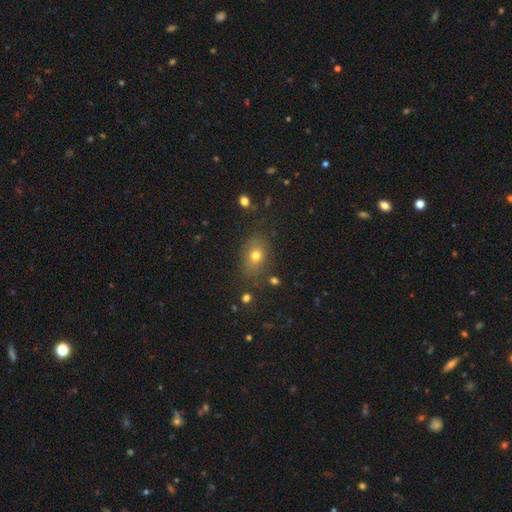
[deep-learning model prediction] A smooth galaxy with no disk features (72%) that is in between round and cigar-shaped (69%).

Vote fractions:
- Smooth or featured? smooth: 72% / star or artifact: 14% / featured or disk: 13%
- How rounded? in between: 69% / round: 29% / cigar-shaped: 2%
- Merging? none: 77% / minor disturbance: 15% / major disturbance: 5% / merger: 3%